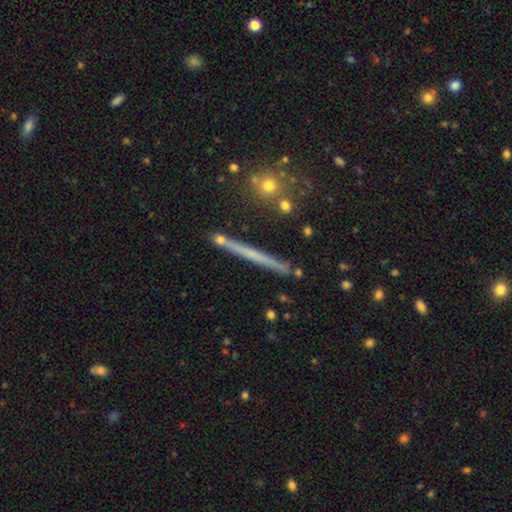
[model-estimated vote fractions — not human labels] Smooth or featured? Predicted: featured or disk (p=0.47). Merging? Predicted: none (p=0.84).